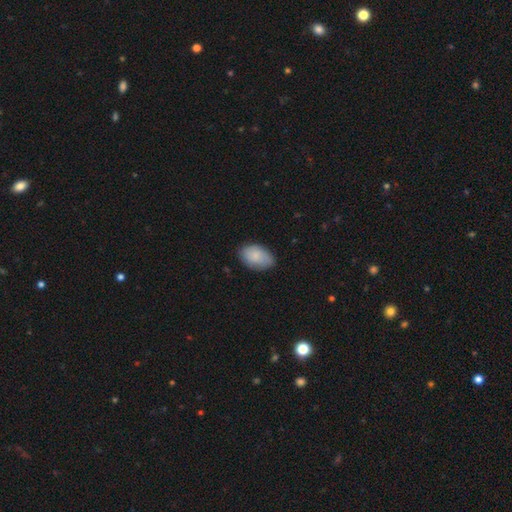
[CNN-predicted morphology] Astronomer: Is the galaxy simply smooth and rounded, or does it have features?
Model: smooth — 83%.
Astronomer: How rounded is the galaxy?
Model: in between — 91%.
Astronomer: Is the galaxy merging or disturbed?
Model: none — 75%.